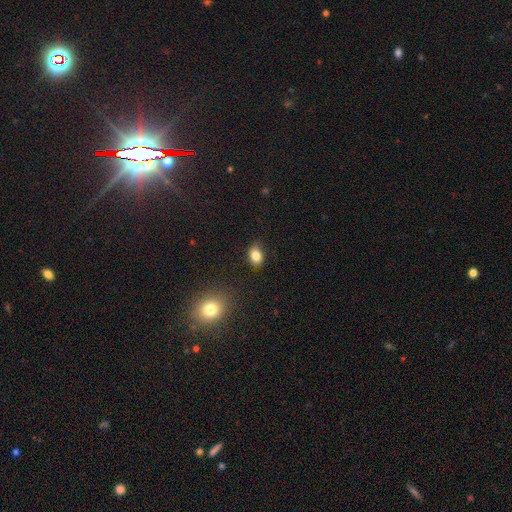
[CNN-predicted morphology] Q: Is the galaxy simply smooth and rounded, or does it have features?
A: smooth — 84%.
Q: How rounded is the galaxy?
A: in between — 73%.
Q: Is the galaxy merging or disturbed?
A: none — 80%.